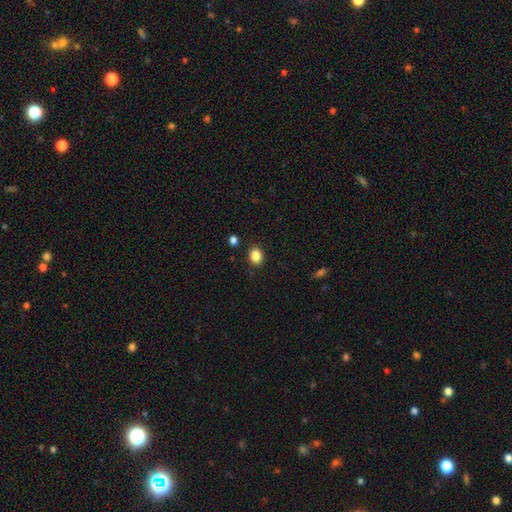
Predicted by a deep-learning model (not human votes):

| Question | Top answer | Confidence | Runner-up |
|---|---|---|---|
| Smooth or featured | smooth | 86% | star or artifact (10%) |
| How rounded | in between | 52% | round (47%) |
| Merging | none | 88% | minor disturbance (8%) |